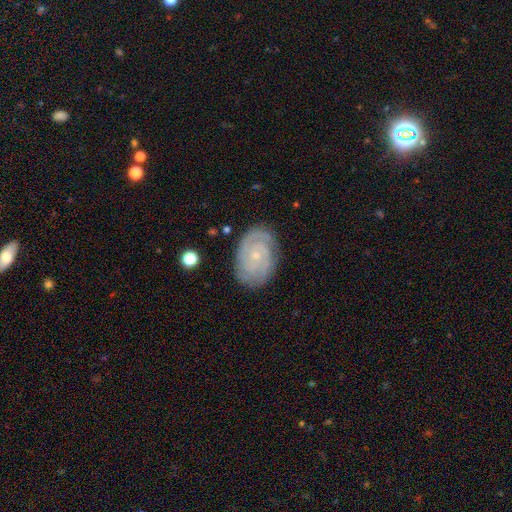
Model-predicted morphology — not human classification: type=featured or disk (86%); edge-on=no (97%); bar=no (75%); spiral arms=yes (97%); winding=tight (76%); arm count=2 (44%); bulge=small (83%); merging=none (82%).